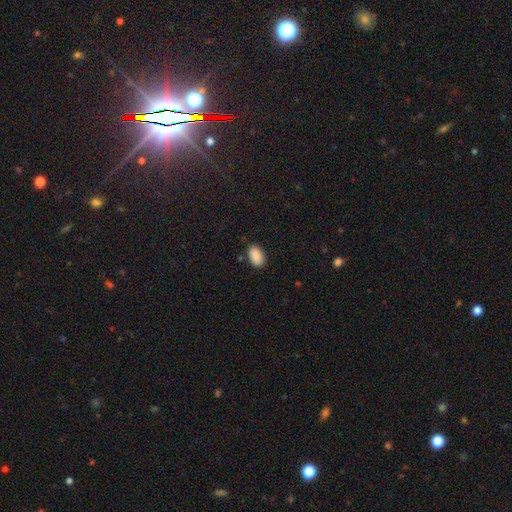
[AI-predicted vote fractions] A smooth galaxy with no disk features (89%) that is in between round and cigar-shaped (92%). Merging: none (83%).